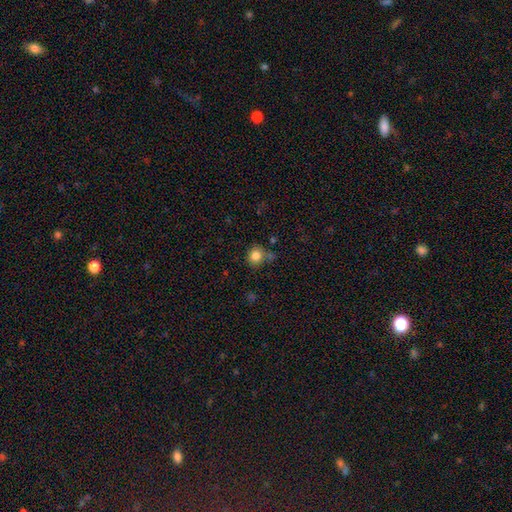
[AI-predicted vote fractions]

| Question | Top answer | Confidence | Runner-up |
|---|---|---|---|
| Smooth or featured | smooth | 83% | star or artifact (11%) |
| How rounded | round | 87% | in between (12%) |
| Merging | none | 73% | minor disturbance (15%) |